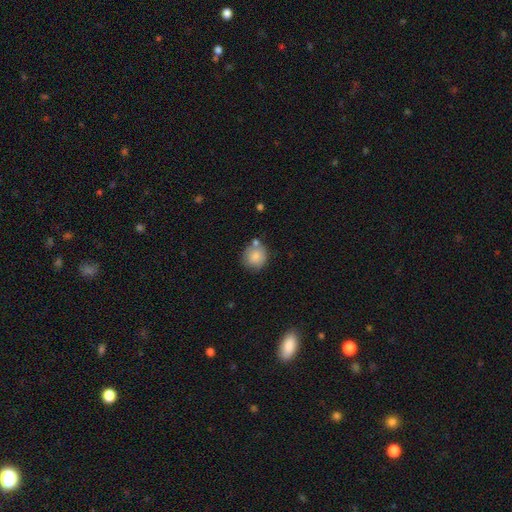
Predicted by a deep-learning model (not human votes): Smooth or featured: smooth — 85% (featured or disk — 8%)
How rounded: round — 87% (in between — 12%)
Merging: none — 66% (minor disturbance — 16%)